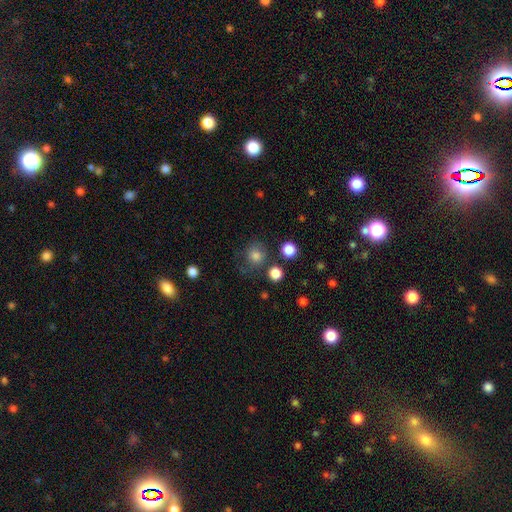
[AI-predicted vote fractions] Smooth or featured: smooth — 81% (star or artifact — 13%)
How rounded: round — 86% (in between — 13%)
Merging: none — 73% (minor disturbance — 14%)